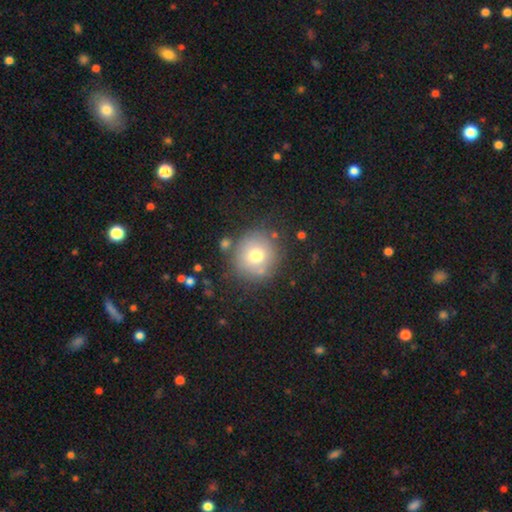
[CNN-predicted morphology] Overall: smooth (71%). How rounded: round (92%). Merging: none (78%).